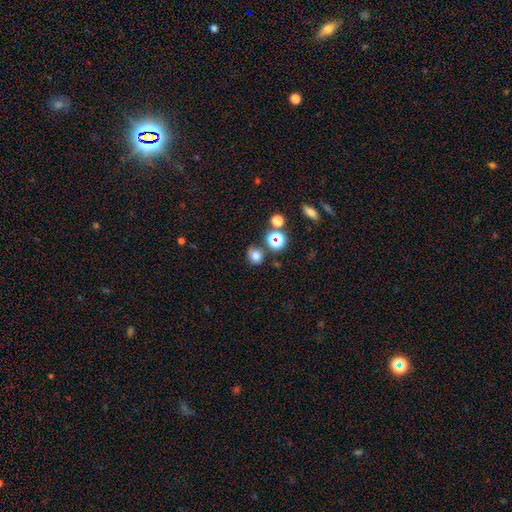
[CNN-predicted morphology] Q: Smooth or featured?
A: smooth (75%); runner-up: star or artifact (18%)
Q: How rounded?
A: round (66%); runner-up: in between (32%)
Q: Merging?
A: none (74%); runner-up: minor disturbance (13%)